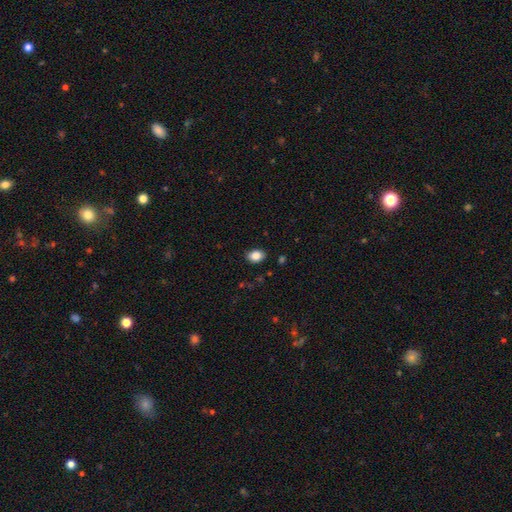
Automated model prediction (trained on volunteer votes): Smooth or featured? smooth (85%)
How rounded? in between (74%)
Merging? none (87%)